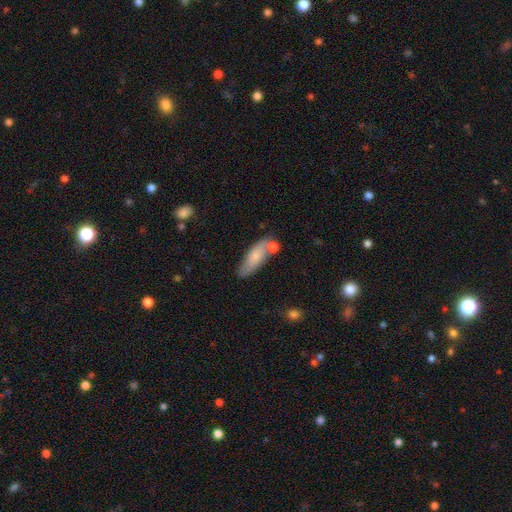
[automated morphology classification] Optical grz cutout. It shows a smooth galaxy with no disk features (72%) that is in between round and cigar-shaped (55%). Merging: none (65%).